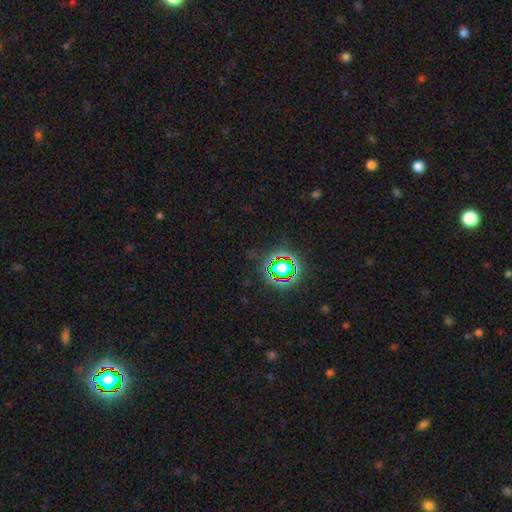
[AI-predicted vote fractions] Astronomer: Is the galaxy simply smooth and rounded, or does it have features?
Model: star or artifact — 77%.